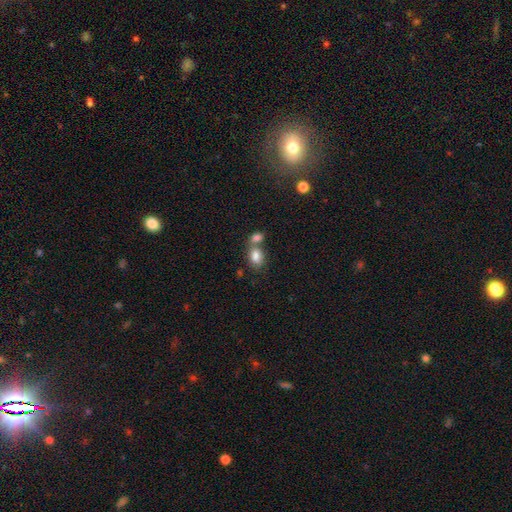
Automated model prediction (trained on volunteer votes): Morphology: type=smooth (83%); roundness=in between (81%); merging=merger (51%).